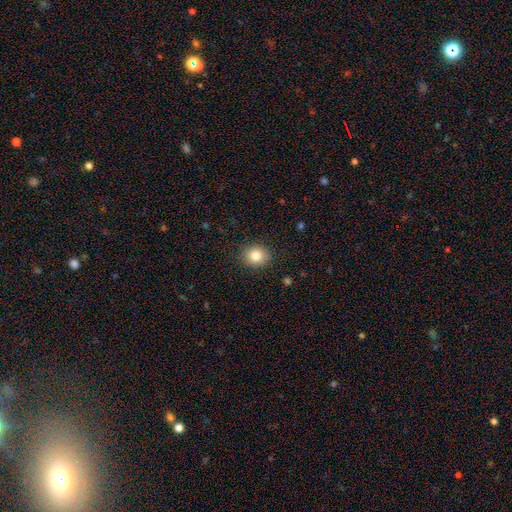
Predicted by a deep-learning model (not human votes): A smooth galaxy with no disk features (82%) that is round (75%).

Vote fractions:
- Smooth or featured? smooth: 82% / star or artifact: 10% / featured or disk: 8%
- How rounded? round: 75% / in between: 24% / cigar-shaped: 1%
- Merging? none: 90% / minor disturbance: 7% / major disturbance: 2% / merger: 1%